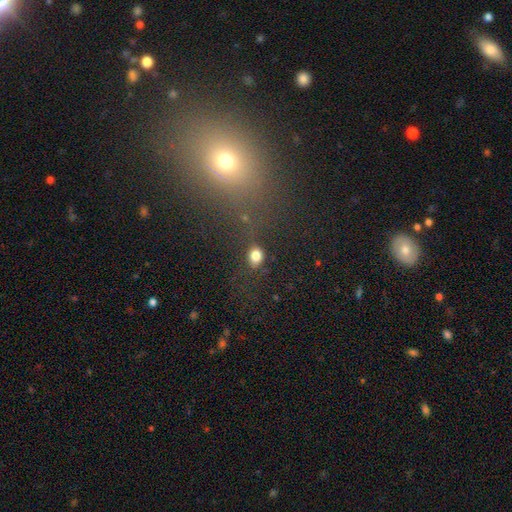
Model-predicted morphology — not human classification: A smooth galaxy with no disk features (81%) that is in between round and cigar-shaped (50%). Merging: none (79%).